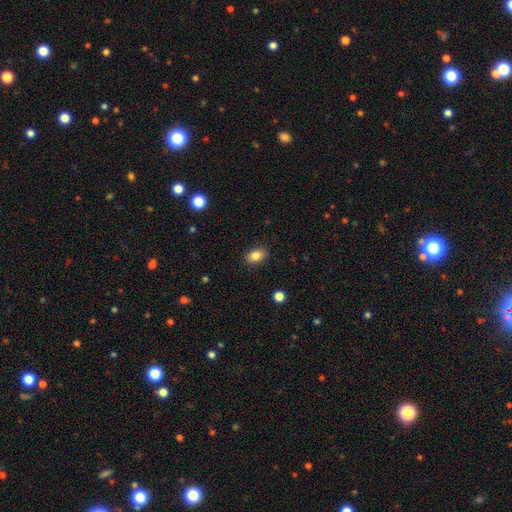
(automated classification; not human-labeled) smooth 84%, star or artifact 9%, featured or disk 7%. Down the decision tree: how rounded — in between (83%); merging — none (87%).